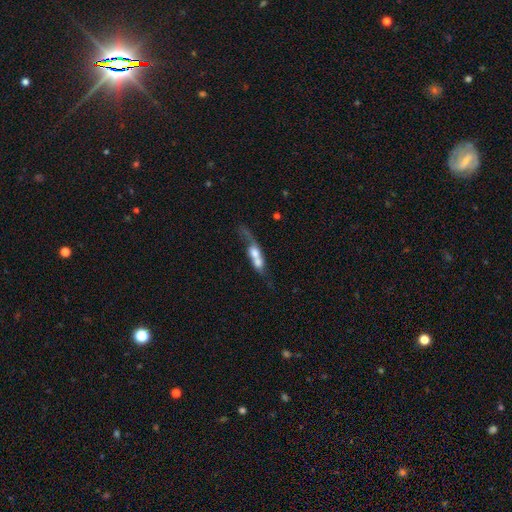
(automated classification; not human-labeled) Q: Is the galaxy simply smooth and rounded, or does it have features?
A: smooth — 50%.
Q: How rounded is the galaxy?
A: in between — 49%.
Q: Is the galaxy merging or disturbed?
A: merger — 70%.